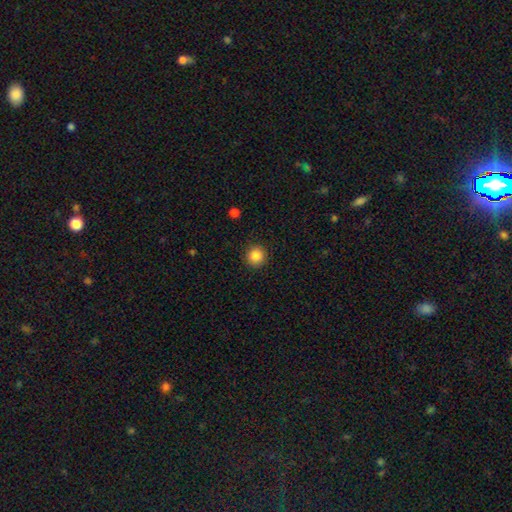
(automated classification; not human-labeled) Q: Smooth or featured?
A: smooth (86%); runner-up: star or artifact (10%)
Q: How rounded?
A: round (93%); runner-up: in between (6%)
Q: Merging?
A: none (91%); runner-up: minor disturbance (6%)